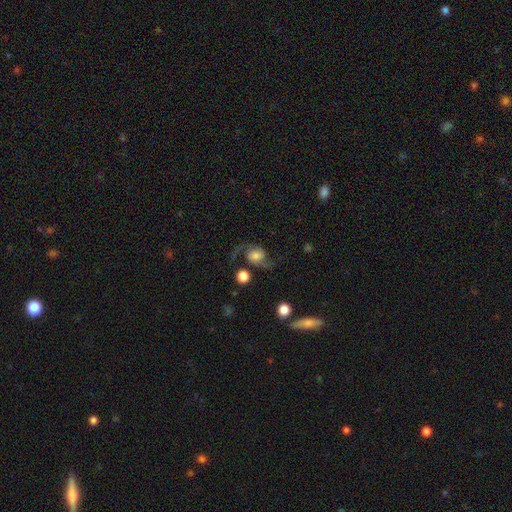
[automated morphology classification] This is likely a featured or disk galaxy (79%). It is clearly not viewed edge-on (97%). Bar: likely no (65%). Spiral arm pattern: clearly yes (96%). Spiral arm count: clearly 2 (93%). Spiral winding: likely loose (67%). Central bulge: marginally moderate (43%). Merging: likely none (69%).